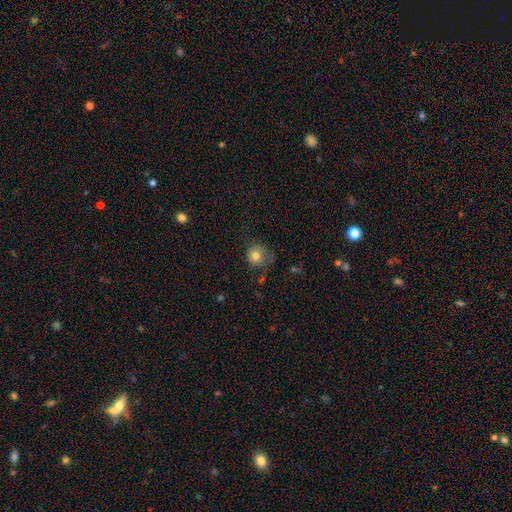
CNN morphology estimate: Smooth or featured? smooth (79%)
How rounded? round (88%)
Merging? none (66%)